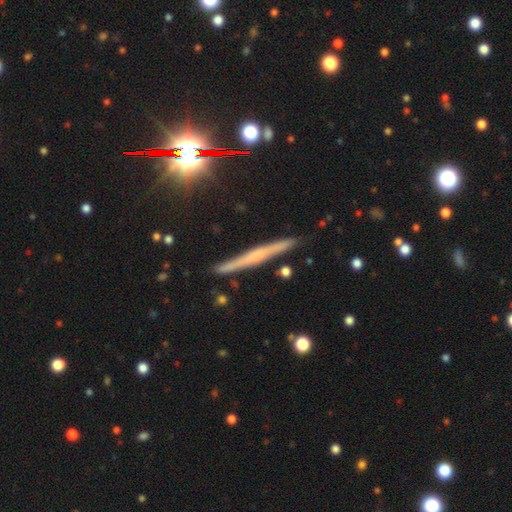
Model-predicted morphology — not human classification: smooth_or_featured: featured or disk (p=0.59) [alt: smooth p=0.30]
disk_edge_on: yes (p=0.97) [alt: no p=0.03]
edge_on_bulge: none (p=0.55) [alt: rounded p=0.34]
merging: none (p=0.89) [alt: minor disturbance p=0.08]